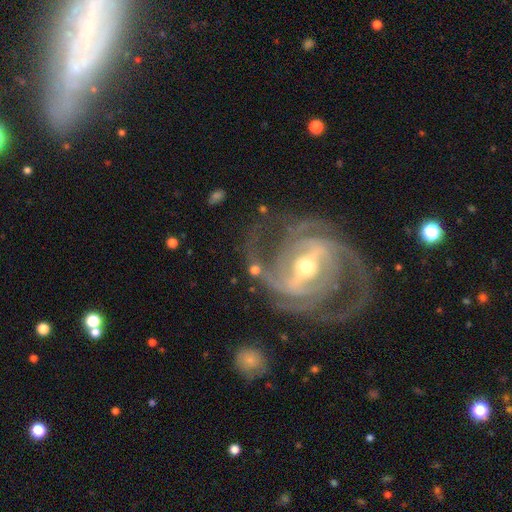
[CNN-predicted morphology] A featured or disk galaxy (91%) with a strong bar (63%), 2 (38%) medium (47%) spiral arms (97%) and a moderate central bulge (60%). Merging: none (68%).